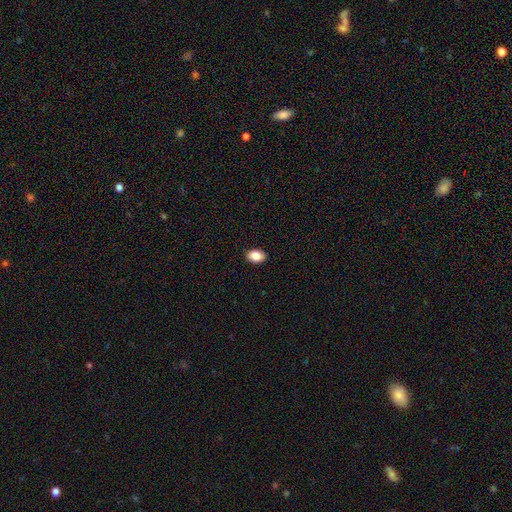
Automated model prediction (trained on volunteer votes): A smooth galaxy with no disk features (86%) that is in between round and cigar-shaped (85%).

Vote fractions:
- Smooth or featured? smooth: 86% / star or artifact: 8% / featured or disk: 6%
- How rounded? in between: 85% / round: 14% / cigar-shaped: 1%
- Merging? none: 91% / minor disturbance: 7% / major disturbance: 2% / merger: 1%